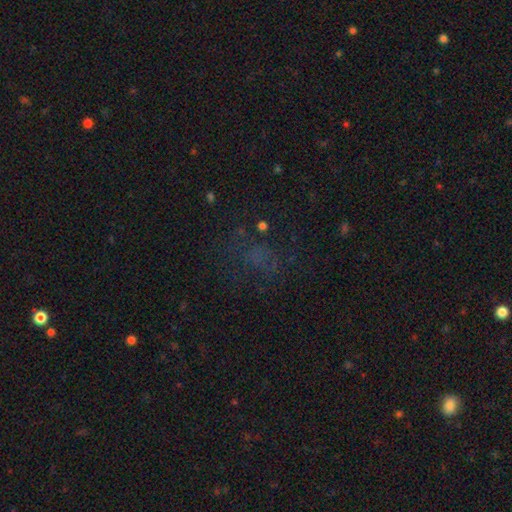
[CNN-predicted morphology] smooth_or_featured: star or artifact (p=0.39) [alt: smooth p=0.38]